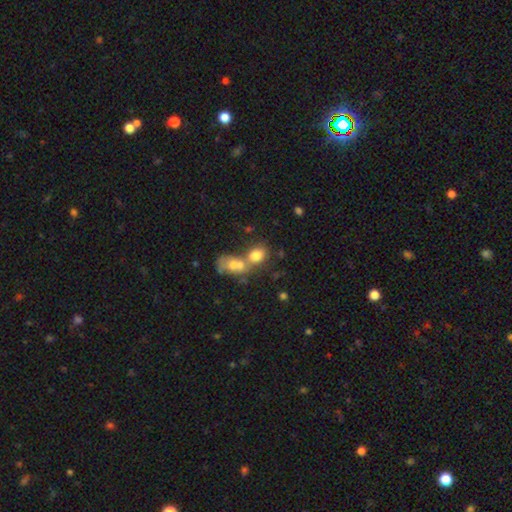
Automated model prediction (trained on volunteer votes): Q: Smooth or featured?
A: smooth (73%); runner-up: featured or disk (16%)
Q: How rounded?
A: in between (55%); runner-up: round (43%)
Q: Merging?
A: merger (61%); runner-up: none (26%)